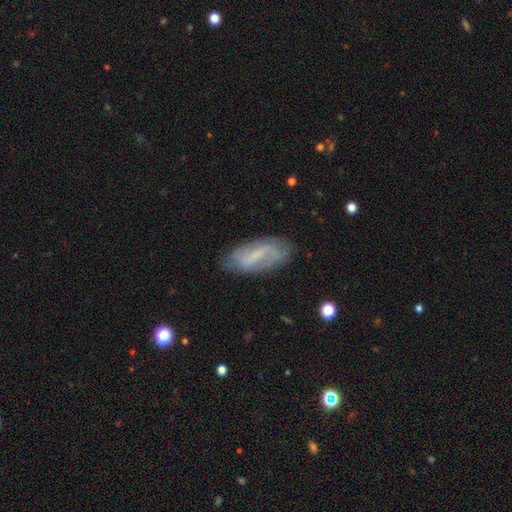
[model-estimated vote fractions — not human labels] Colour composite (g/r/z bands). It shows a featured or disk galaxy (54%). Merging: none (75%).